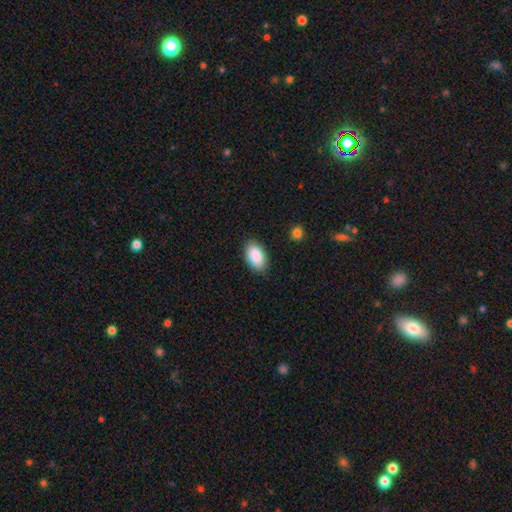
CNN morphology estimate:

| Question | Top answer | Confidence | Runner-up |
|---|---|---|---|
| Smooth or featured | smooth | 89% | star or artifact (6%) |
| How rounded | in between | 94% | round (5%) |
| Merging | none | 87% | minor disturbance (10%) |